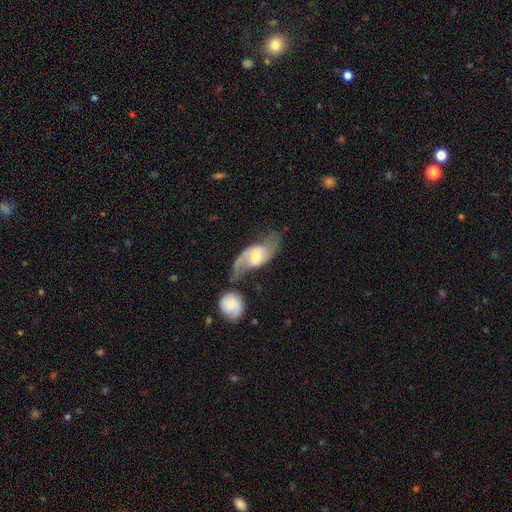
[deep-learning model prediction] Smooth or featured? Predicted: featured or disk (p=0.77). Edge-on disk? Predicted: no (p=0.94). Bar? Predicted: no (p=0.52). Spiral arms? Predicted: yes (p=0.91). Spiral winding? Predicted: loose (p=0.62). Spiral arm count? Predicted: 2 (p=0.84). Bulge size? Predicted: moderate (p=0.62). Merging? Predicted: none (p=0.39).